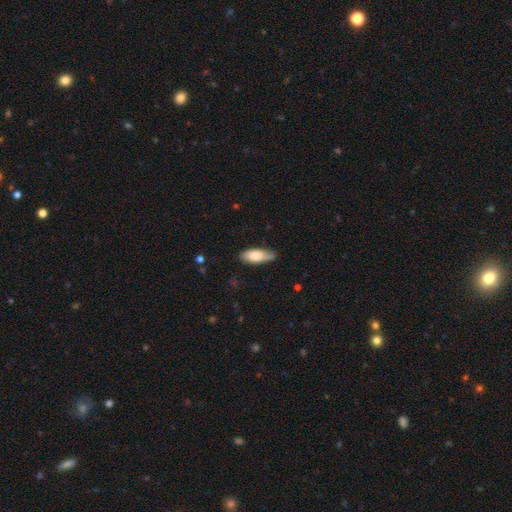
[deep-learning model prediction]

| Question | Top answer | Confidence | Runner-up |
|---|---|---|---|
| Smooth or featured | smooth | 77% | featured or disk (17%) |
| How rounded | in between | 75% | cigar-shaped (23%) |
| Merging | none | 68% | minor disturbance (26%) |